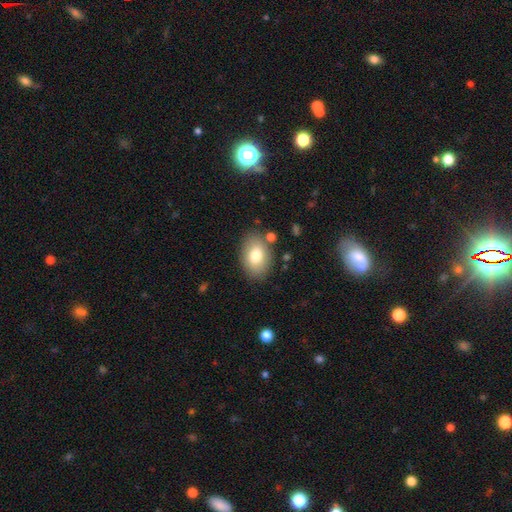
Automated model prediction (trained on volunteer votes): smooth 78%, featured or disk 14%, star or artifact 8%. Down the decision tree: how rounded — in between (84%); merging — none (82%).